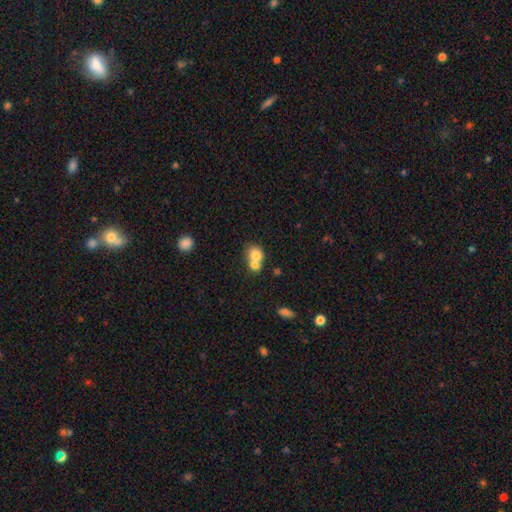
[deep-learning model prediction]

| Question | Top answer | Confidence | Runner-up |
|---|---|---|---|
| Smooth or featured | smooth | 76% | featured or disk (15%) |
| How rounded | round | 64% | in between (35%) |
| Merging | merger | 66% | none (26%) |